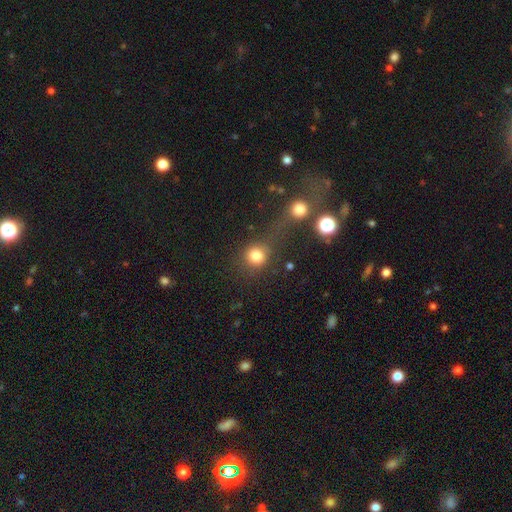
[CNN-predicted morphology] This is likely a smooth galaxy (79%). How rounded: clearly round (86%). Merging: possibly none (56%).